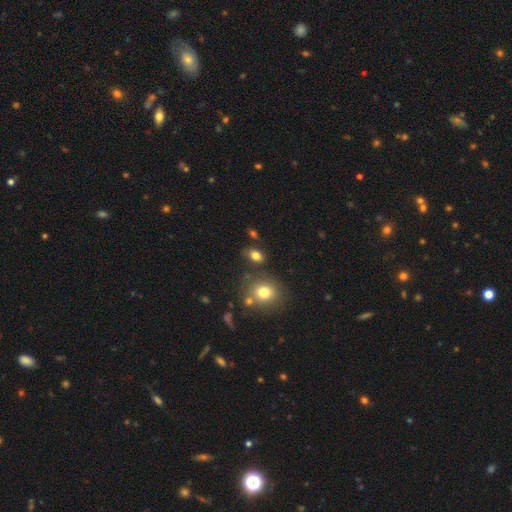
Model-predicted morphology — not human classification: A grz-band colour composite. It shows a smooth galaxy with no disk features (80%) that is in between round and cigar-shaped (75%). Merging: none (74%).